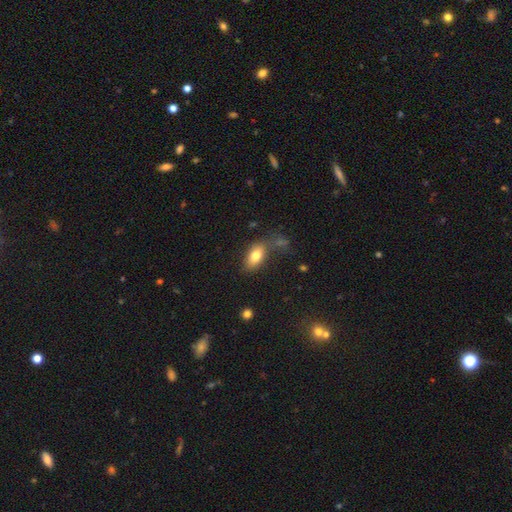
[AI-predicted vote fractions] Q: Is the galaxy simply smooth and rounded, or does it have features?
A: smooth — 79%.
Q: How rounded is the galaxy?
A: in between — 89%.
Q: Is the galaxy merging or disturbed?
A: none — 65%.